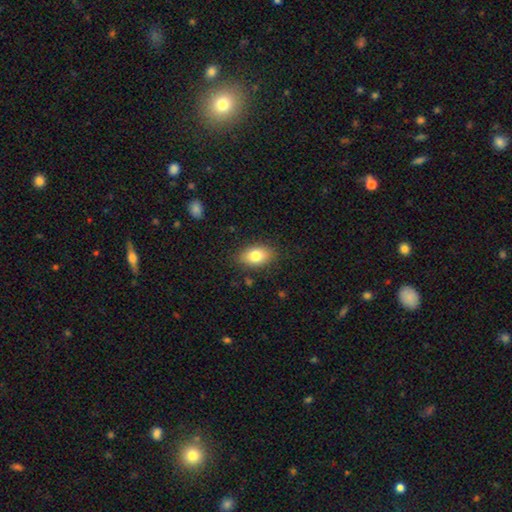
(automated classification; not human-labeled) Smooth or featured? smooth (80%)
How rounded? in between (88%)
Merging? none (85%)